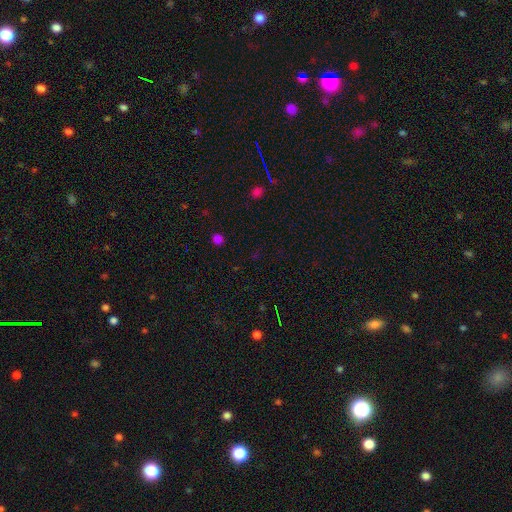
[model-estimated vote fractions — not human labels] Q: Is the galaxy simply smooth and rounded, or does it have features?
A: star or artifact — 63%.